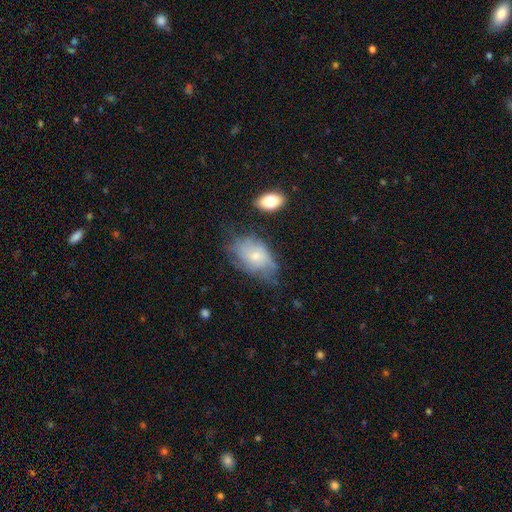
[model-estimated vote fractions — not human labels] Overall: smooth (51%; featured or disk 40%). How rounded: in between (87%). Merging: none (46%; minor disturbance 33%).